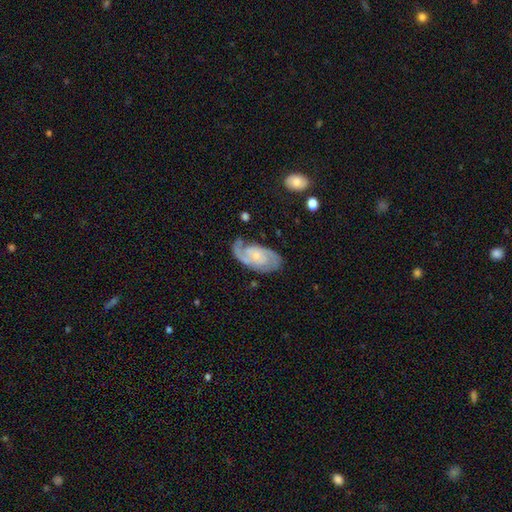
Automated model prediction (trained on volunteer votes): smooth_or_featured: featured or disk (p=0.85) [alt: smooth p=0.10]
disk_edge_on: no (p=0.97) [alt: yes p=0.03]
bar: no (p=0.63) [alt: weak p=0.31]
has_spiral_arms: yes (p=0.96) [alt: no p=0.04]
spiral_winding: tight (p=0.46) [alt: medium p=0.43]
spiral_arm_count: 2 (p=0.83) [alt: can't tell p=0.06]
bulge_size: small (p=0.66) [alt: moderate p=0.22]
merging: none (p=0.71) [alt: minor disturbance p=0.19]